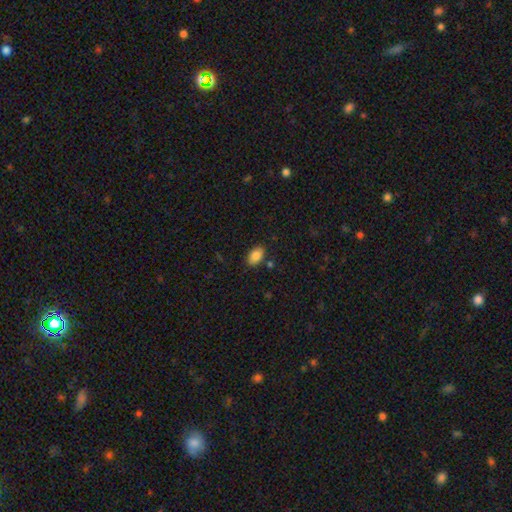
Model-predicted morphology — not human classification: Overall: smooth (85%). How rounded: in between (91%). Merging: none (84%).